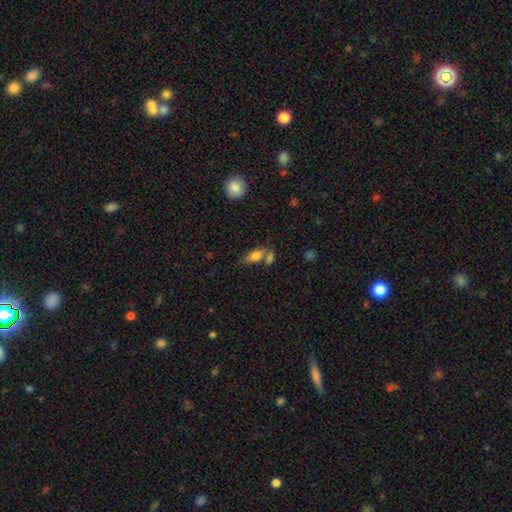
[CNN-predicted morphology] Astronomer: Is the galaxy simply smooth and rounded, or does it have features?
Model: smooth — 78%.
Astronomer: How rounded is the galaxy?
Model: in between — 83%.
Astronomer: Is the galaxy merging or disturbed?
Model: none — 44% (runner-up: merger, 35%).